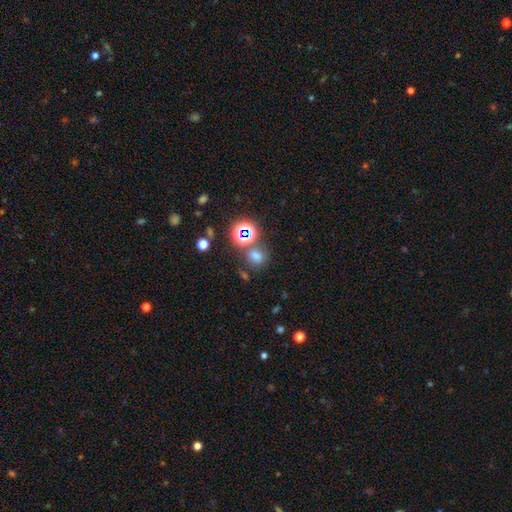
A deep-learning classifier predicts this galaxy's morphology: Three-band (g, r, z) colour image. It shows a smooth galaxy with no disk features (63%) that is round (67%). Merging: none (66%).